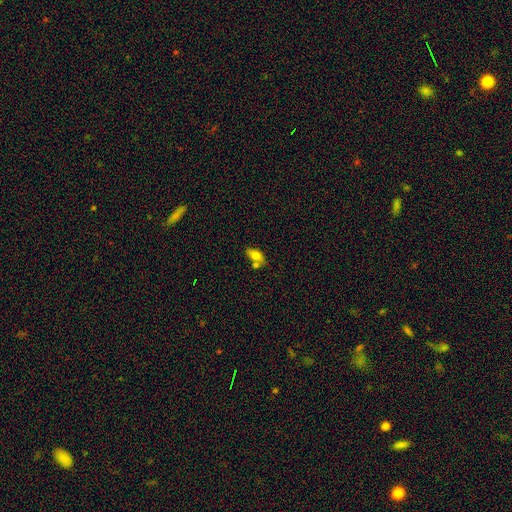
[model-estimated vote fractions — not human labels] Smooth or featured? smooth (72%)
How rounded? in between (87%)
Merging? none (49%)